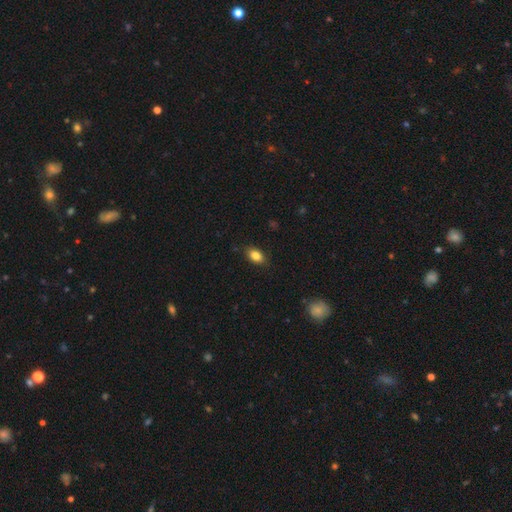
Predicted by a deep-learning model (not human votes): Smooth or featured? Predicted: smooth (p=0.84). How rounded? Predicted: in between (p=0.88). Merging? Predicted: none (p=0.85).